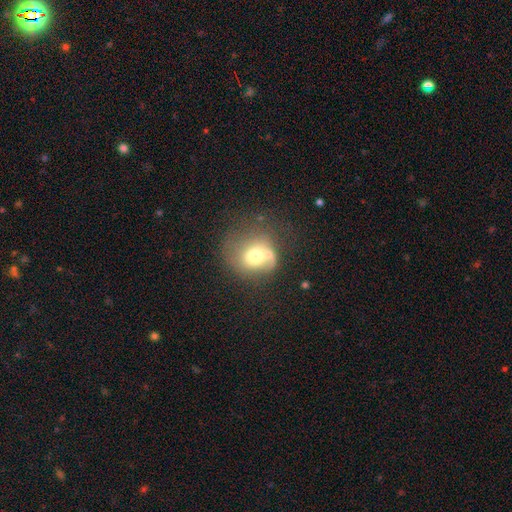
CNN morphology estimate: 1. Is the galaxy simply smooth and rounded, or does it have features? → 57% smooth, 33% featured or disk, 10% star or artifact.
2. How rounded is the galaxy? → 73% round, 26% in between, 1% cigar-shaped.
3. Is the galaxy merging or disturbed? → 37% none, 25% major disturbance, 23% minor disturbance, 14% merger.